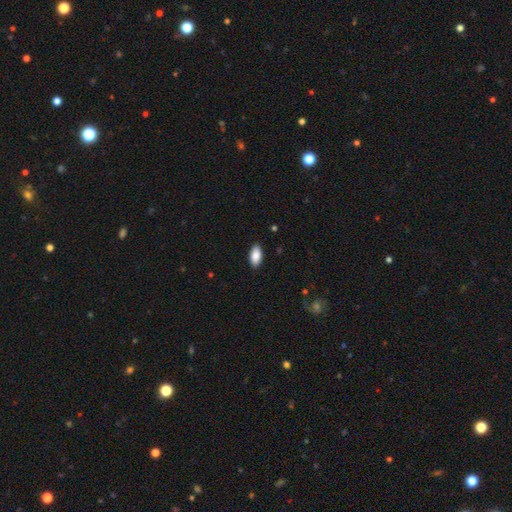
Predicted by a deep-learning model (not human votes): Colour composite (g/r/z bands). It shows a smooth galaxy with no disk features (87%) that is in between round and cigar-shaped (93%). Merging: none (88%).